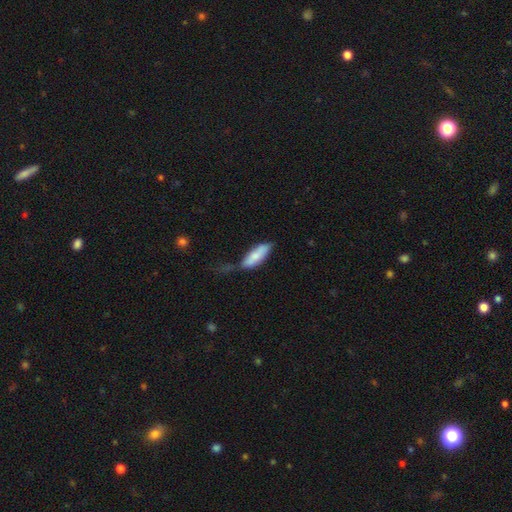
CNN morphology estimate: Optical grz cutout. It shows a smooth galaxy with no disk features (76%) that is in between round and cigar-shaped (65%). Merging: none (38%).